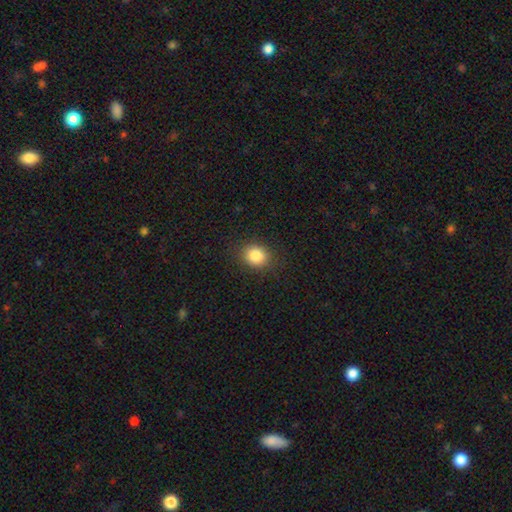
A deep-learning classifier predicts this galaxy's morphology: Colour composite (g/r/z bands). It shows a smooth galaxy with no disk features (85%) that is round (68%). Merging: none (87%).